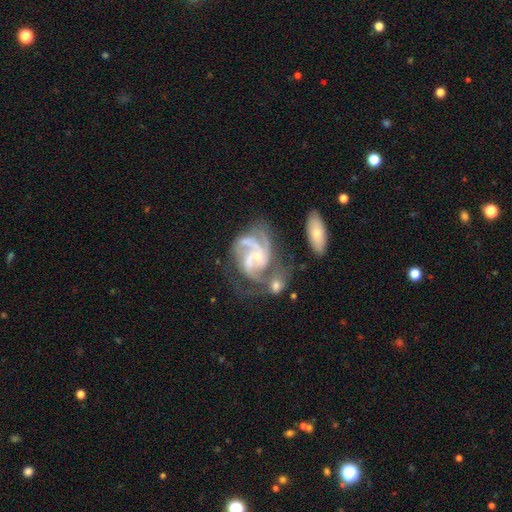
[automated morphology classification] smooth_or_featured: featured or disk (p=0.89) [alt: star or artifact p=0.06]
disk_edge_on: no (p=0.98) [alt: yes p=0.02]
bar: no (p=0.56) [alt: weak p=0.33]
has_spiral_arms: yes (p=0.97) [alt: no p=0.03]
spiral_winding: medium (p=0.48) [alt: tight p=0.39]
spiral_arm_count: 3 (p=0.45) [alt: 2 p=0.25]
bulge_size: small (p=0.66) [alt: moderate p=0.26]
merging: none (p=0.34) [alt: merger p=0.26]